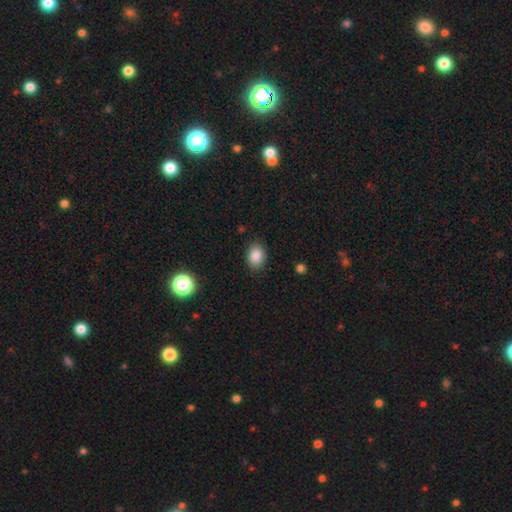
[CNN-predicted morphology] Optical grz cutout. It shows a smooth galaxy with no disk features (87%) that is in between round and cigar-shaped (67%). Merging: none (85%).